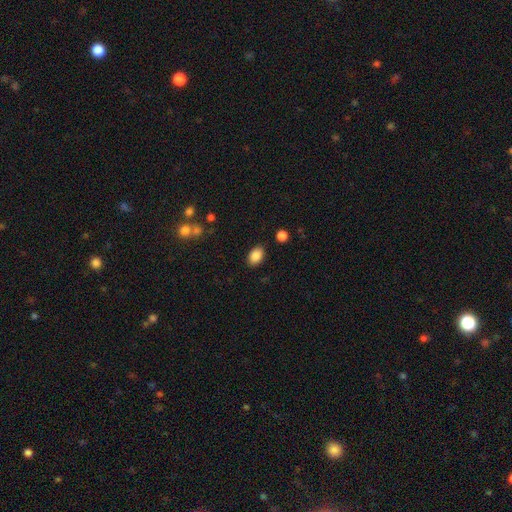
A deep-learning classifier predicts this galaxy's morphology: smooth-or-featured: smooth: 88% | star or artifact: 8% | featured or disk: 4%
  how-rounded: in between: 86% | round: 13% | cigar-shaped: 1%
  merging: none: 86% | minor disturbance: 10% | major disturbance: 3% | merger: 2%